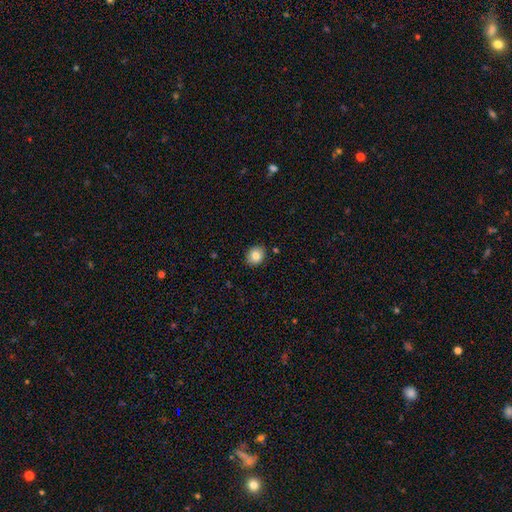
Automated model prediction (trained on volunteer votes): Smooth or featured? Predicted: smooth (p=0.82). How rounded? Predicted: round (p=0.65). Merging? Predicted: none (p=0.88).